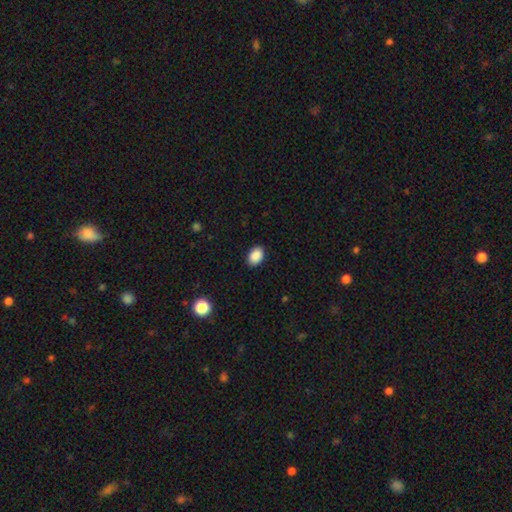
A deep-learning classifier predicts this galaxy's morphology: Smooth or featured?
  - smooth: 89% *
  - star or artifact: 8%
  - featured or disk: 3%
How rounded?
  - in between: 80% *
  - round: 19%
  - cigar-shaped: 1%
Merging?
  - none: 89% *
  - minor disturbance: 8%
  - major disturbance: 2%
  - merger: 1%